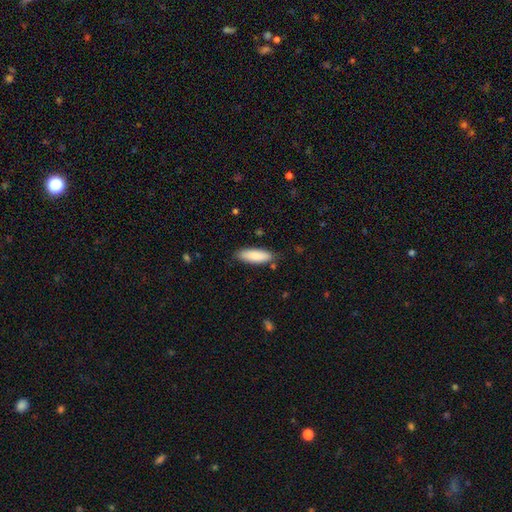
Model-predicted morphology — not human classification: smooth-or-featured: smooth: 87% | featured or disk: 7% | star or artifact: 6%
  how-rounded: in between: 58% | cigar-shaped: 40% | round: 2%
  merging: none: 82% | minor disturbance: 14% | major disturbance: 3% | merger: 2%